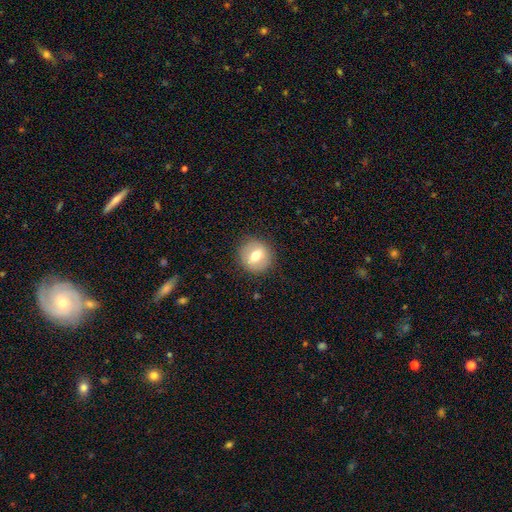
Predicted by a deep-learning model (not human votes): This appears to be a smooth galaxy with no disk features (58%) that is round (84%). Merging: none (86%).